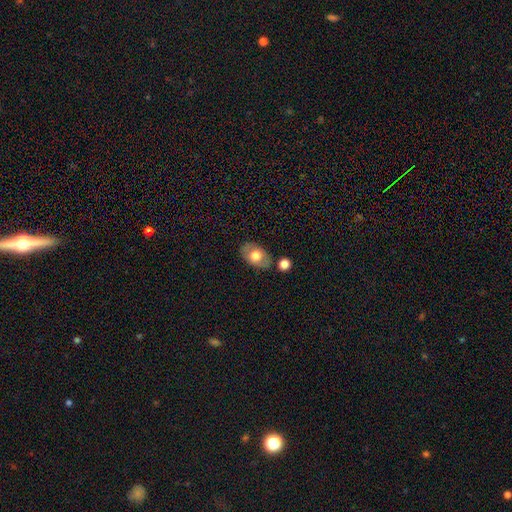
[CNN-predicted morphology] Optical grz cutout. It shows a smooth galaxy with no disk features (64%) that is in between round and cigar-shaped (86%). Merging: none (74%).